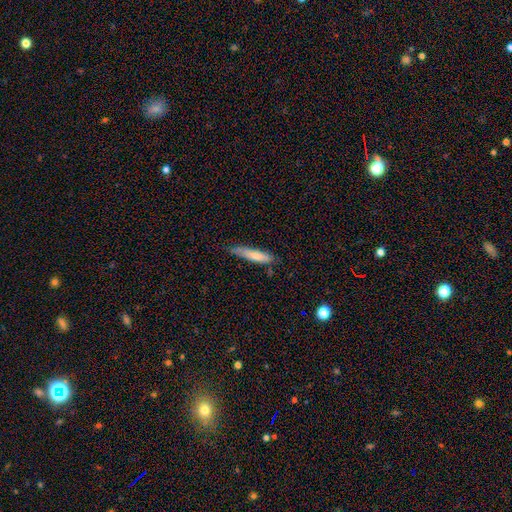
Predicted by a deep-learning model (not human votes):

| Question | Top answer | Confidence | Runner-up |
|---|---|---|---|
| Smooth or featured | smooth | 71% | featured or disk (23%) |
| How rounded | cigar-shaped | 81% | in between (18%) |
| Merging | none | 65% | minor disturbance (28%) |